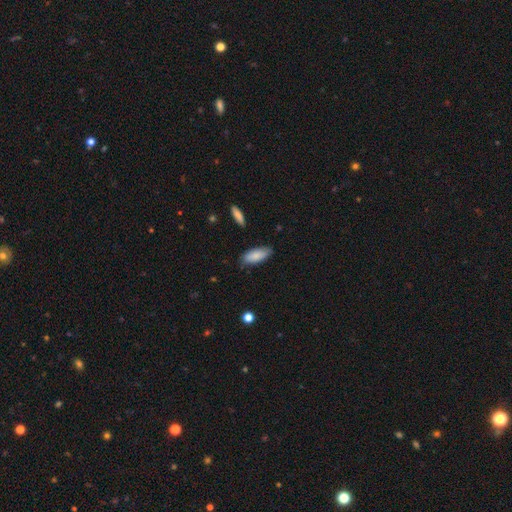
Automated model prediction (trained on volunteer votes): A smooth galaxy with no disk features (83%) that is in between round and cigar-shaped (81%). Merging: none (78%).